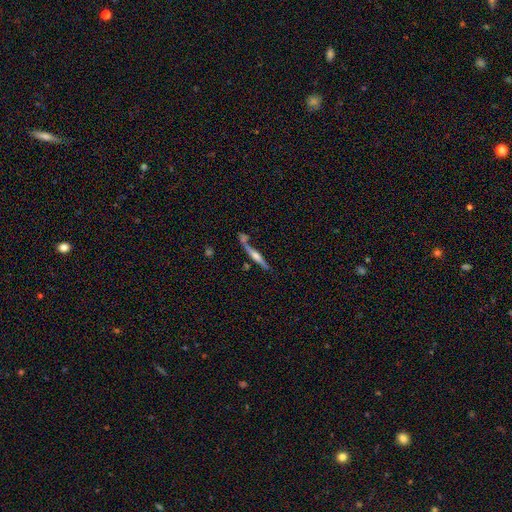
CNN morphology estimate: smooth-or-featured: featured or disk: 66% | smooth: 28% | star or artifact: 7%
  disk-edge-on: yes: 96% | no: 4%
    edge-on-bulge: rounded: 78% | none: 12% | boxy: 10%
  merging: none: 65% | merger: 17% | minor disturbance: 14% | major disturbance: 5%